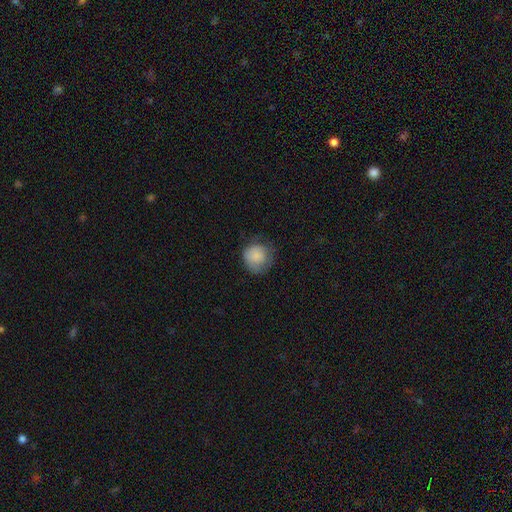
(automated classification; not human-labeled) Smooth or featured?
  - smooth: 83% *
  - featured or disk: 9%
  - star or artifact: 8%
How rounded?
  - round: 86% *
  - in between: 13%
  - cigar-shaped: 1%
Merging?
  - none: 60% *
  - minor disturbance: 28%
  - major disturbance: 11%
  - merger: 1%